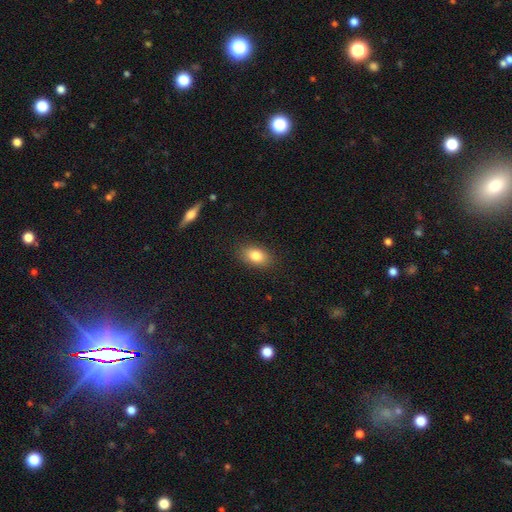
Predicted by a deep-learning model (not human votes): A smooth galaxy with no disk features (83%) that is in between round and cigar-shaped (88%).

Vote fractions:
- Smooth or featured? smooth: 83% / featured or disk: 9% / star or artifact: 8%
- How rounded? in between: 88% / round: 9% / cigar-shaped: 3%
- Merging? none: 87% / minor disturbance: 10% / major disturbance: 3% / merger: 1%